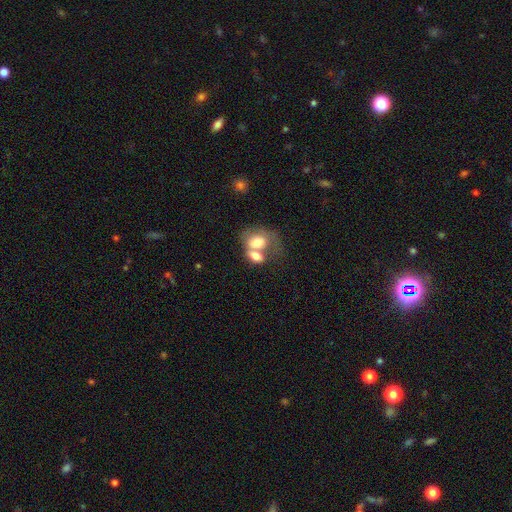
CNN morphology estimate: smooth 69%, featured or disk 23%, star or artifact 8%. Down the decision tree: how rounded — in between (72%); merging — merger (71%).